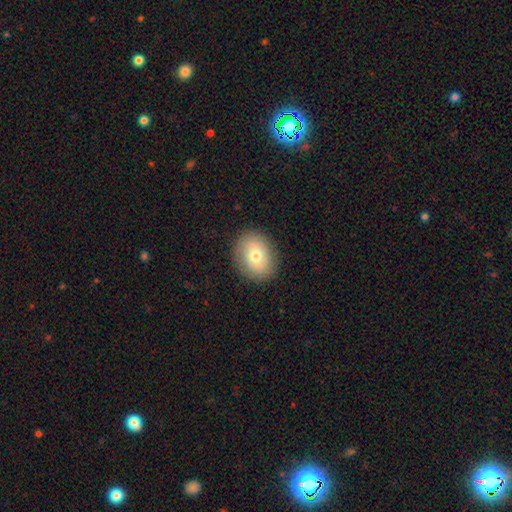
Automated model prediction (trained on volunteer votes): smooth-or-featured: smooth: 71% | featured or disk: 21% | star or artifact: 8%
  how-rounded: in between: 59% | round: 40% | cigar-shaped: 1%
  merging: none: 87% | minor disturbance: 9% | major disturbance: 3% | merger: 1%